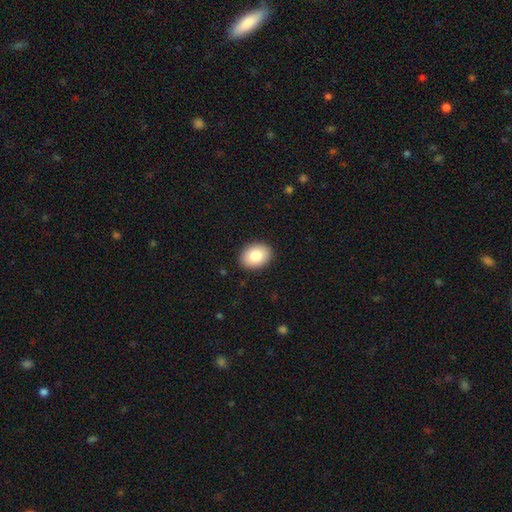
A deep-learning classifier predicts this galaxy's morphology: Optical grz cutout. It shows a smooth galaxy with no disk features (83%) that is in between round and cigar-shaped (70%). Merging: none (90%).